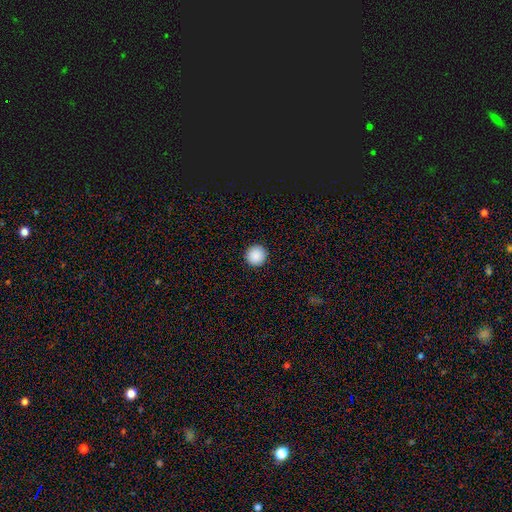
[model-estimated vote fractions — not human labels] Smooth or featured?
  - smooth: 89% *
  - star or artifact: 8%
  - featured or disk: 2%
How rounded?
  - round: 96% *
  - in between: 3%
  - cigar-shaped: 1%
Merging?
  - none: 94% *
  - minor disturbance: 4%
  - major disturbance: 1%
  - merger: 1%